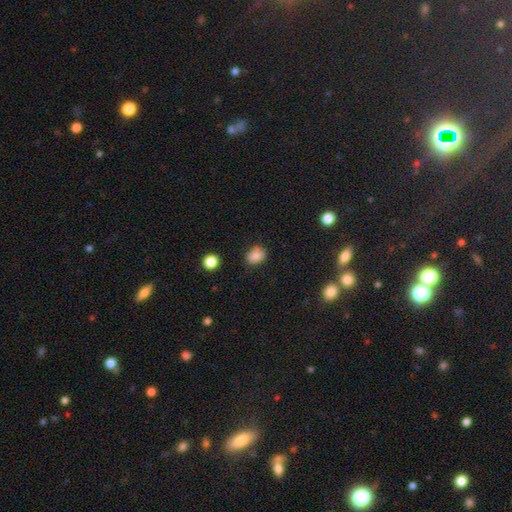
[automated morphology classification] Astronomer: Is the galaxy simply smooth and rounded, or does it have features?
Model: smooth — 84%.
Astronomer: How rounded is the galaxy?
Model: in between — 53% (runner-up: round, 47%).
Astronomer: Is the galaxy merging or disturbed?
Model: none — 78%.